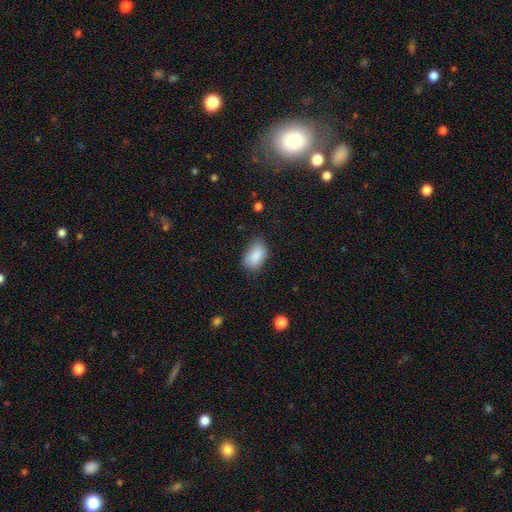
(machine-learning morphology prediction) type=smooth (87%); roundness=in between (90%); merging=none (67%).